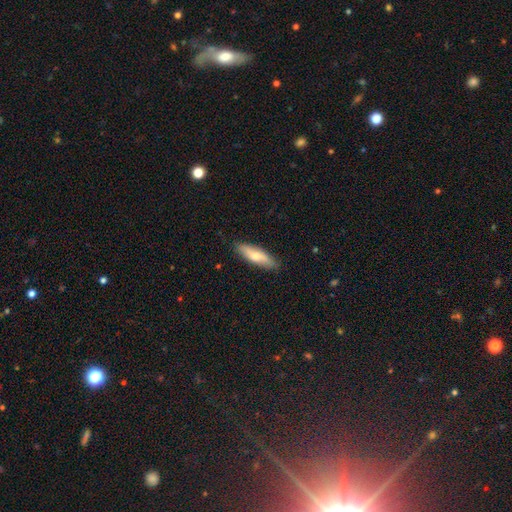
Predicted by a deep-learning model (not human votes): smooth 67%, featured or disk 27%, star or artifact 6%. Down the decision tree: how rounded — cigar-shaped (59%); merging — none (85%).